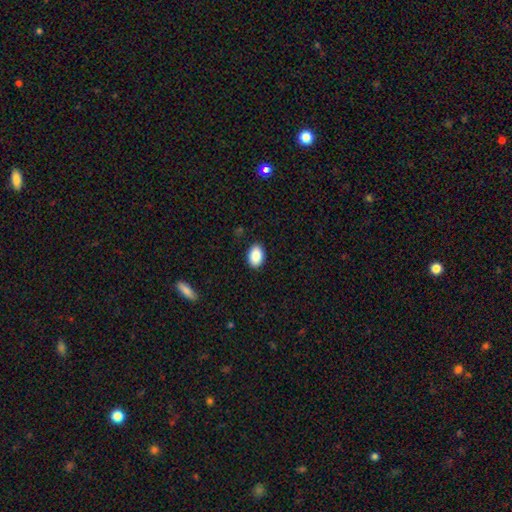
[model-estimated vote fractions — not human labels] Morphology: type=smooth (89%); roundness=in between (87%); merging=none (89%).